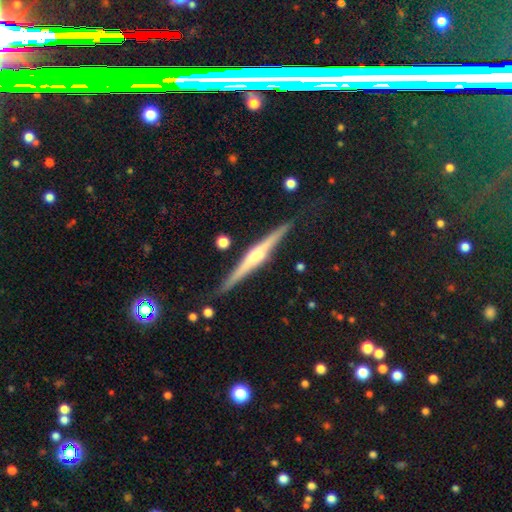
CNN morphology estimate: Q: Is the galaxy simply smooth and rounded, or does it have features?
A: featured or disk — 81%.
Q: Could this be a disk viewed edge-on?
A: yes — 98%.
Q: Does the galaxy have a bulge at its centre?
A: rounded — 86%.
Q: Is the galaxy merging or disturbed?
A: none — 87%.